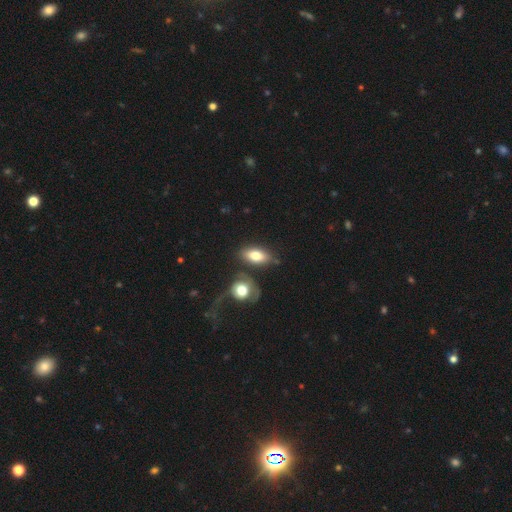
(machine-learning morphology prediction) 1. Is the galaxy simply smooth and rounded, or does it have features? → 76% smooth, 17% featured or disk, 7% star or artifact.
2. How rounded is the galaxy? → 88% in between, 7% round, 5% cigar-shaped.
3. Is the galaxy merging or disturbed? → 60% none, 18% merger, 15% minor disturbance, 7% major disturbance.